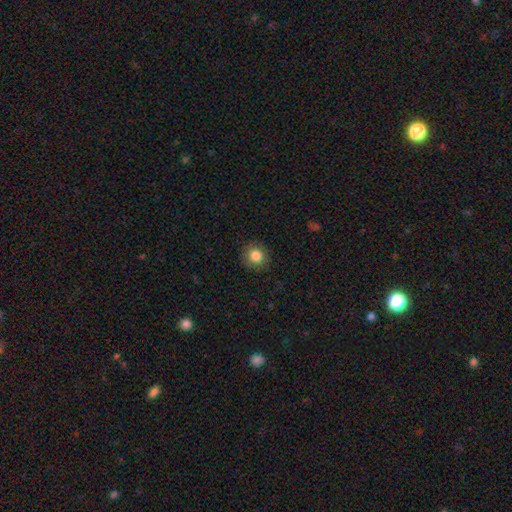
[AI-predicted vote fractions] This is clearly a smooth galaxy (83%). How rounded: clearly round (89%). Merging: clearly none (88%).